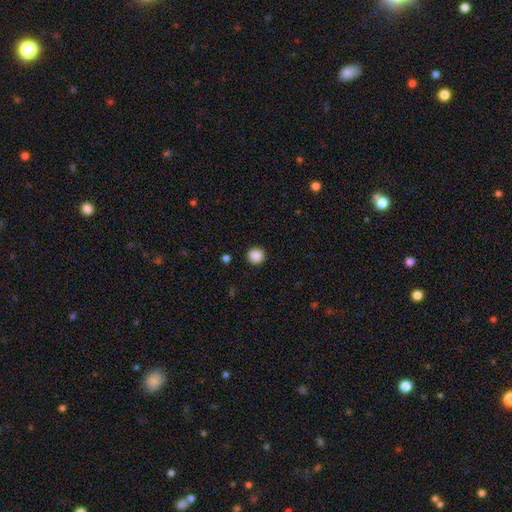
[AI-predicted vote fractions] This is clearly a smooth galaxy (88%). How rounded: clearly round (93%). Merging: clearly none (91%).